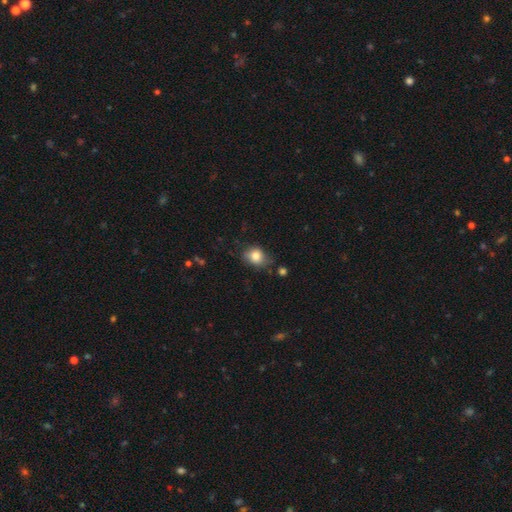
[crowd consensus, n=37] Smooth or featured: smooth — 89% (featured or disk — 8%)
How rounded: round — 61% (in between — 39%)
Merging: none — 72% (minor disturbance — 19%)